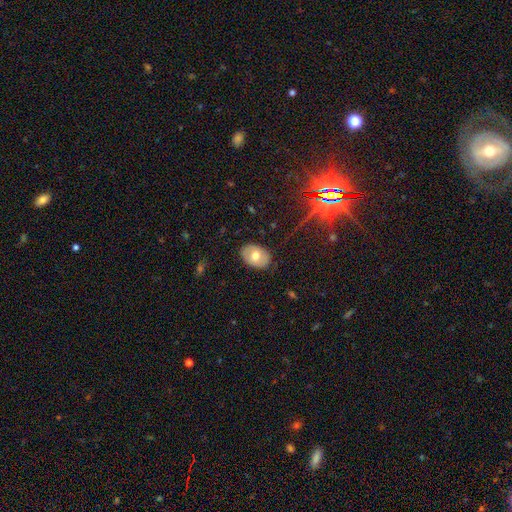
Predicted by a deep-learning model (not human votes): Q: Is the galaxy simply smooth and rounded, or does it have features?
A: smooth — 62%.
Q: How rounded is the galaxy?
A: in between — 77%.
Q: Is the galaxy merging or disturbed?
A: none — 85%.